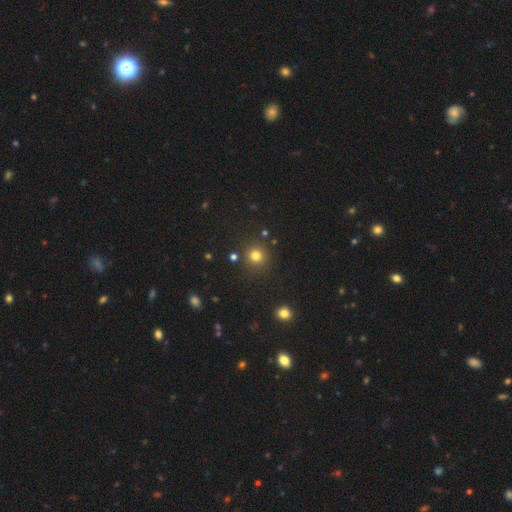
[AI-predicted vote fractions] smooth-or-featured: smooth: 79% | star or artifact: 16% | featured or disk: 6%
  how-rounded: round: 93% | in between: 6% | cigar-shaped: 1%
  merging: none: 87% | minor disturbance: 7% | merger: 4% | major disturbance: 3%